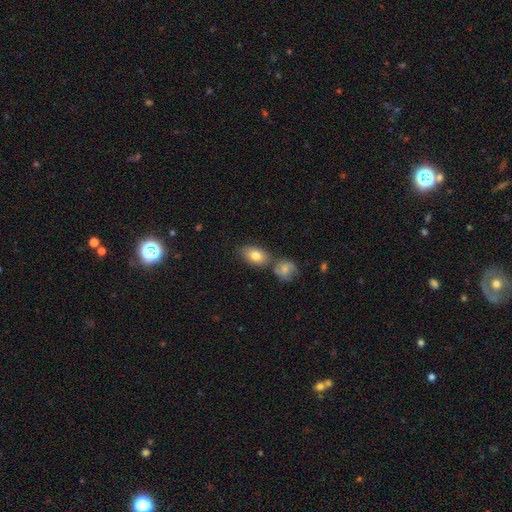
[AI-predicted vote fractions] Q: Smooth or featured?
A: smooth (81%); runner-up: featured or disk (13%)
Q: How rounded?
A: in between (87%); runner-up: round (10%)
Q: Merging?
A: none (60%); runner-up: merger (24%)